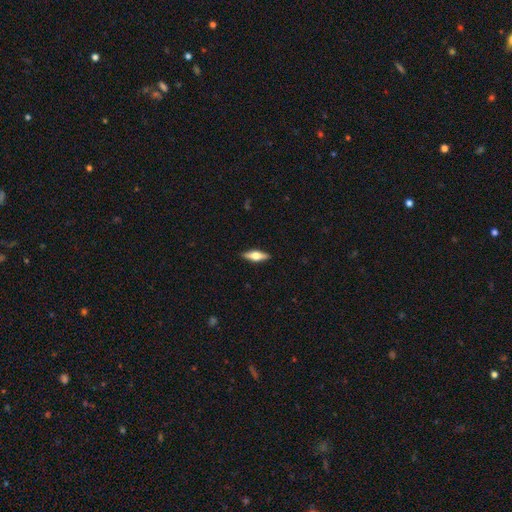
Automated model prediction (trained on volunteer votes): Smooth or featured?
  - featured or disk: 53% *
  - smooth: 41%
  - star or artifact: 6%
Edge-on disk?
  - yes: 94% *
  - no: 6%
Merging?
  - none: 89% *
  - minor disturbance: 8%
  - major disturbance: 2%
  - merger: 1%